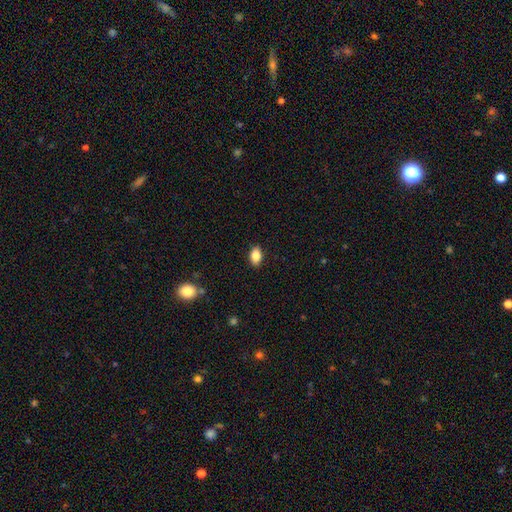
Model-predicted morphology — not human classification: smooth 86%, star or artifact 8%, featured or disk 6%. Down the decision tree: how rounded — in between (90%); merging — none (89%).